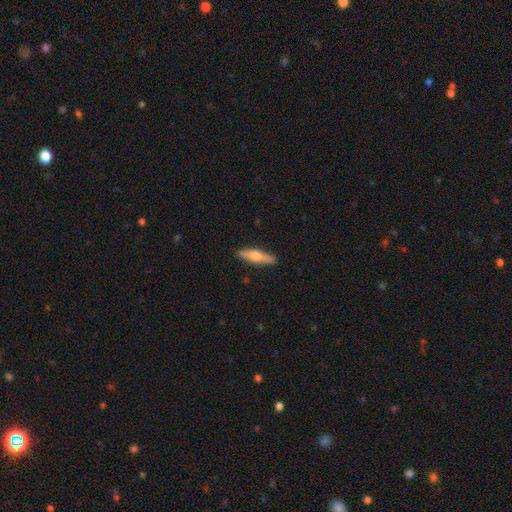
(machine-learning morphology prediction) A smooth galaxy with no disk features (51%) that is cigar-shaped (78%). Merging: none (90%).